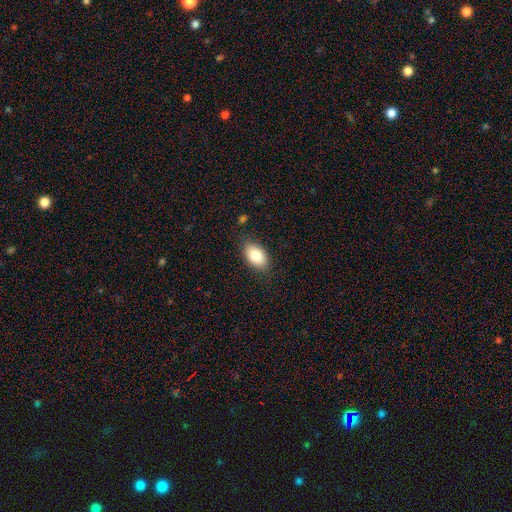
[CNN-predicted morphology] A smooth galaxy with no disk features (81%) that is in between round and cigar-shaped (91%). Merging: none (84%).